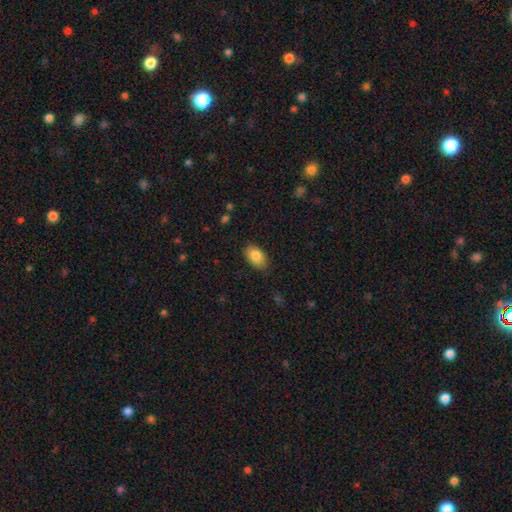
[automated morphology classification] smooth-or-featured: smooth: 85% | featured or disk: 8% | star or artifact: 7%
  how-rounded: in between: 91% | round: 7% | cigar-shaped: 1%
  merging: none: 80% | minor disturbance: 16% | major disturbance: 3% | merger: 1%